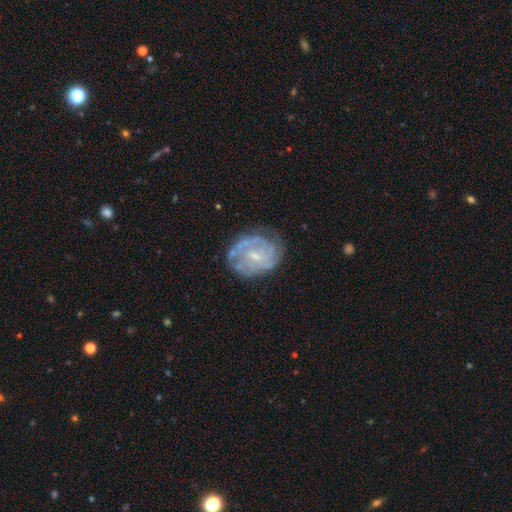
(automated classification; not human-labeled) Q: Smooth or featured?
A: featured or disk (78%); runner-up: smooth (15%)
Q: Edge-on disk?
A: no (98%); runner-up: yes (2%)
Q: Bar?
A: weak (50%); runner-up: no (40%)
Q: Spiral arms?
A: yes (80%); runner-up: no (20%)
Q: Spiral winding?
A: tight (58%); runner-up: medium (31%)
Q: Spiral arm count?
A: can't tell (44%); runner-up: 2 (26%)
Q: Bulge size?
A: small (61%); runner-up: moderate (26%)
Q: Merging?
A: none (65%); runner-up: minor disturbance (22%)